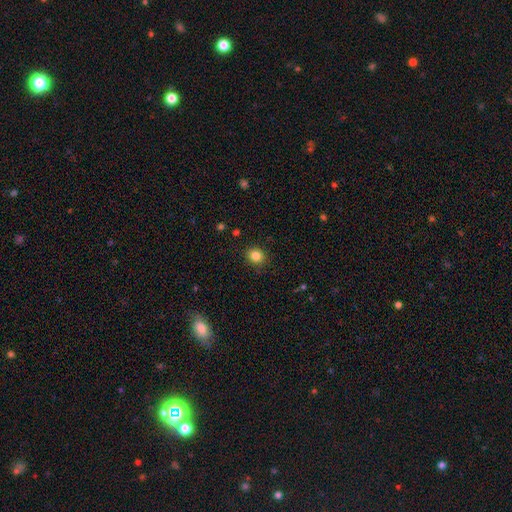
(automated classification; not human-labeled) smooth 84%, star or artifact 11%, featured or disk 5%. Down the decision tree: how rounded — round (76%); merging — none (89%).